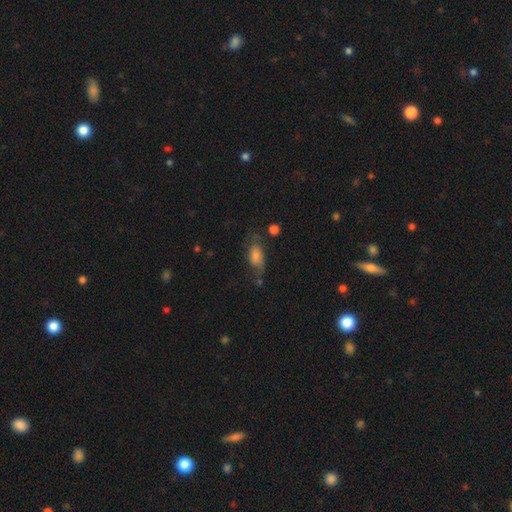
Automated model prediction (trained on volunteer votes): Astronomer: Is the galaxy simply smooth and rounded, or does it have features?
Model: smooth — 51% (runner-up: featured or disk, 36%).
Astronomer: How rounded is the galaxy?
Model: in between — 80%.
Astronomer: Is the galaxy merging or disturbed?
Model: none — 54%.